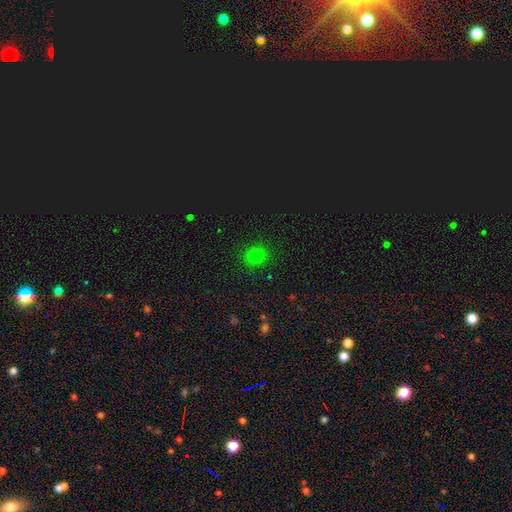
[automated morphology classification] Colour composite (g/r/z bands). It shows a smooth galaxy with no disk features (73%) that is round (87%). Merging: none (89%).